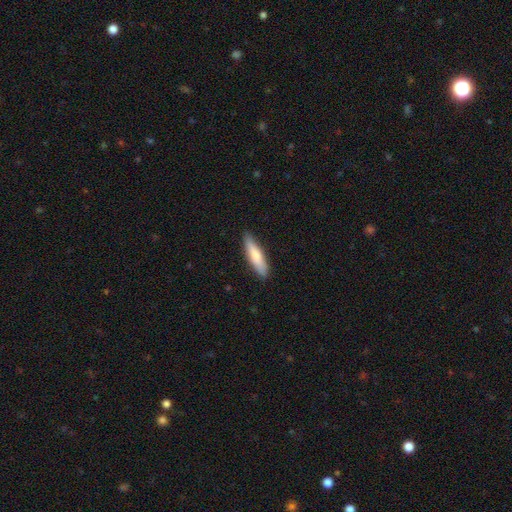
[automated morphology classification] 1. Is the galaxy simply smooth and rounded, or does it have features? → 74% smooth, 20% featured or disk, 5% star or artifact.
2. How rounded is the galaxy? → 75% cigar-shaped, 24% in between, 1% round.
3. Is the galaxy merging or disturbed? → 87% none, 10% minor disturbance, 2% major disturbance, 1% merger.